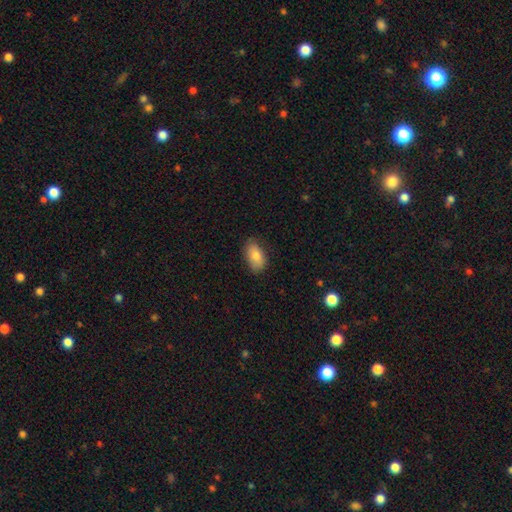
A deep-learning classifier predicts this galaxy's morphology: smooth 82%, featured or disk 11%, star or artifact 7%. Down the decision tree: how rounded — in between (92%); merging — none (80%).